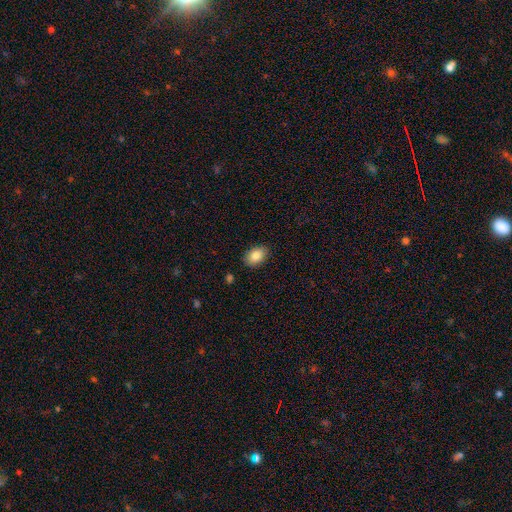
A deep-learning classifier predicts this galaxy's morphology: Smooth or featured? Predicted: smooth (p=0.85). How rounded? Predicted: in between (p=0.85). Merging? Predicted: none (p=0.88).